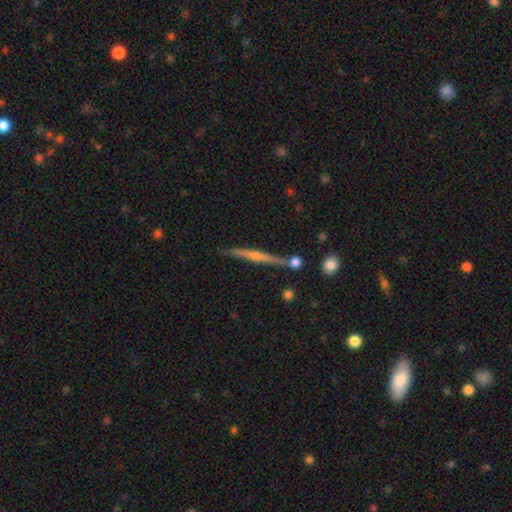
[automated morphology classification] Smooth or featured? featured or disk (77%)
Edge-on disk? yes (98%)
Edge-on bulge? rounded (75%)
Merging? none (86%)